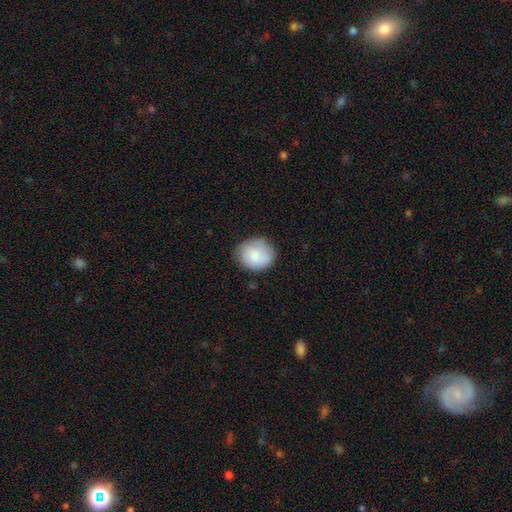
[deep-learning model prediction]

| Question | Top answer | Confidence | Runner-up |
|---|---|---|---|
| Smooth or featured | smooth | 80% | featured or disk (13%) |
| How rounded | round | 69% | in between (30%) |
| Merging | none | 74% | minor disturbance (20%) |